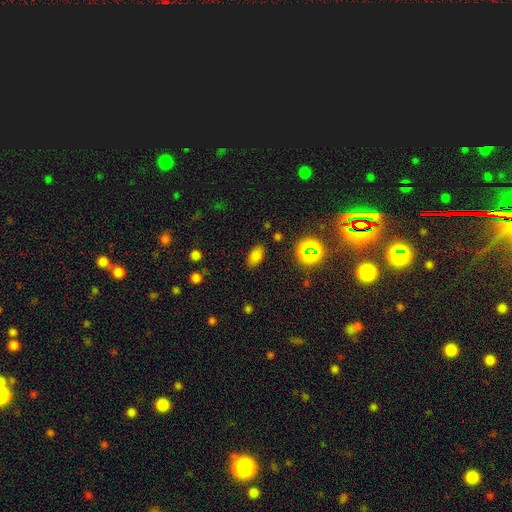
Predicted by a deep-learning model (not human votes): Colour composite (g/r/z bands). It shows a smooth galaxy with no disk features (75%) that is in between round and cigar-shaped (88%). Merging: none (84%).